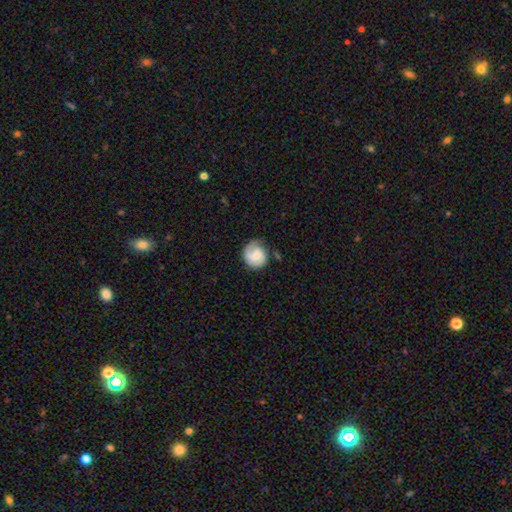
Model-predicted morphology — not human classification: Smooth or featured? featured or disk (57%)
Edge-on disk? no (98%)
Bar? no (52%)
Spiral arms? yes (90%)
Spiral winding? tight (49%)
Spiral arm count? 2 (51%)
Bulge size? small (44%)
Merging? none (64%)